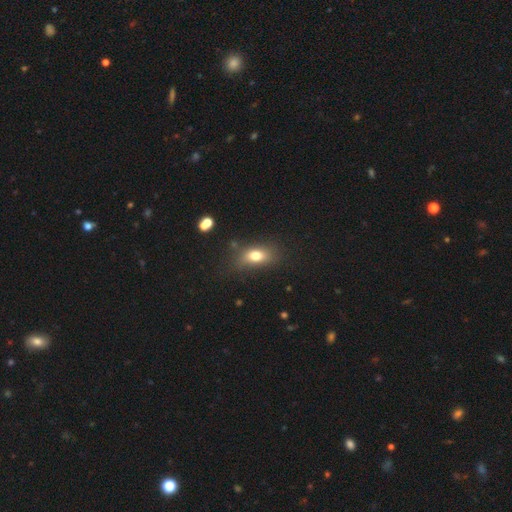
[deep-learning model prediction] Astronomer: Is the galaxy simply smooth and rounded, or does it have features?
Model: smooth — 75%.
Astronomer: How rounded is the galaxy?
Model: in between — 78%.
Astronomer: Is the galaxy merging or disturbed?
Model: none — 71%.